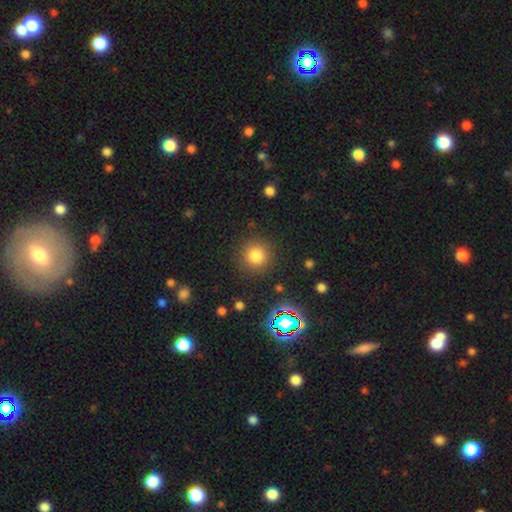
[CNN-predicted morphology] This is likely a smooth galaxy (79%). How rounded: clearly round (94%). Merging: clearly none (88%).